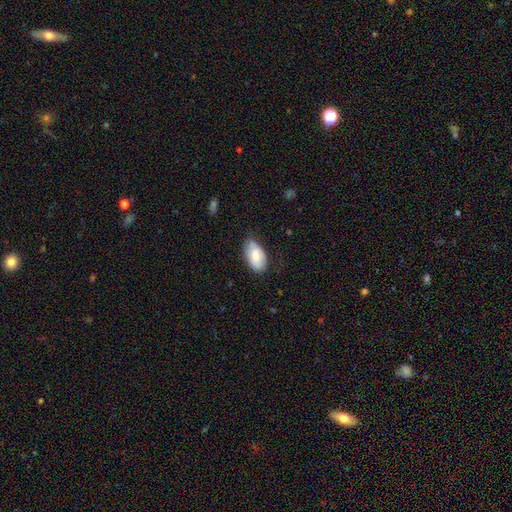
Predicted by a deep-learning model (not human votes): smooth 76%, featured or disk 18%, star or artifact 6%. Down the decision tree: how rounded — in between (95%); merging — none (69%).